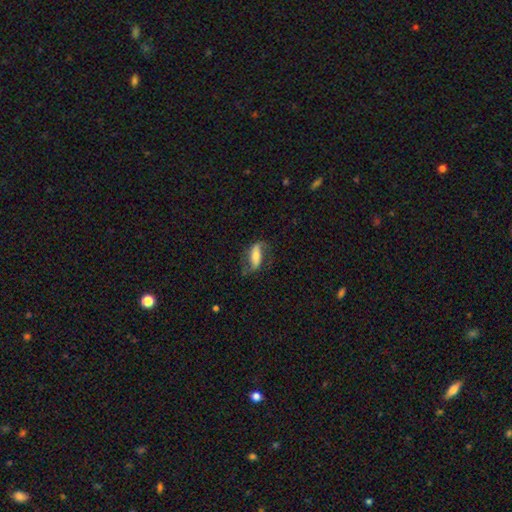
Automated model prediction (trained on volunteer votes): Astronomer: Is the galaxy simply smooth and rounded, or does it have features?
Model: featured or disk — 55% (runner-up: smooth, 37%).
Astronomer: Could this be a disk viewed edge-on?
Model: no — 85%.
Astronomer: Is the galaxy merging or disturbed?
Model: none — 61%.